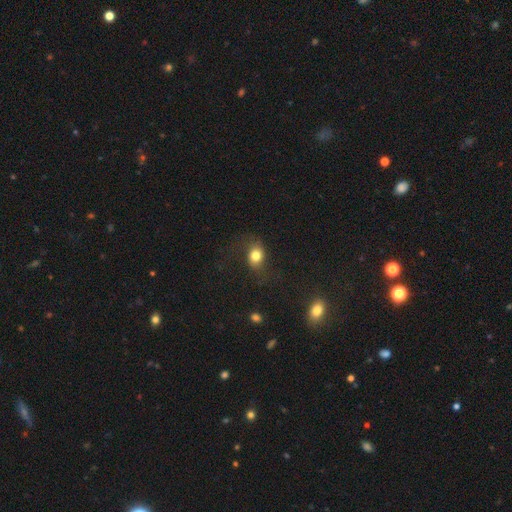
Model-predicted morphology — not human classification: A smooth galaxy with no disk features (77%) that is in between round and cigar-shaped (55%).

Vote fractions:
- Smooth or featured? smooth: 77% / featured or disk: 12% / star or artifact: 11%
- How rounded? in between: 55% / round: 44% / cigar-shaped: 2%
- Merging? none: 63% / minor disturbance: 19% / major disturbance: 16% / merger: 2%